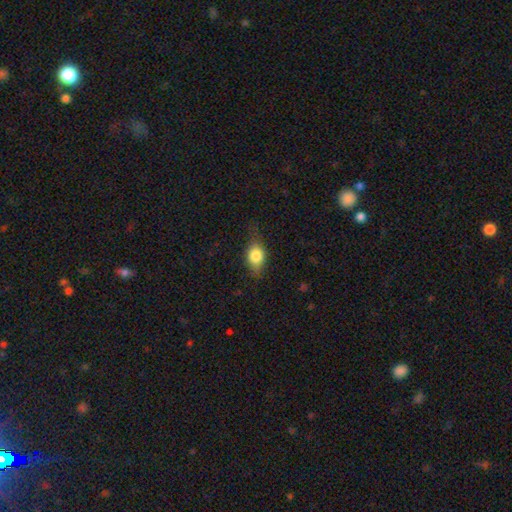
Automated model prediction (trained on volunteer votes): Smooth or featured?
  - smooth: 73% *
  - featured or disk: 19%
  - star or artifact: 9%
How rounded?
  - in between: 70% *
  - round: 25%
  - cigar-shaped: 6%
Merging?
  - none: 63% *
  - minor disturbance: 27%
  - major disturbance: 9%
  - merger: 1%